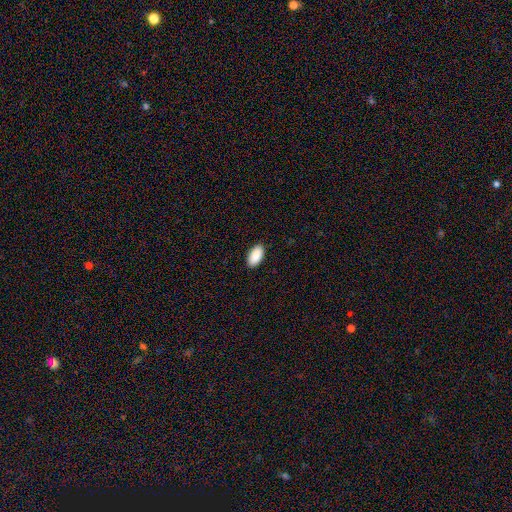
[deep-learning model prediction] This appears to be a smooth galaxy with no disk features (91%) that is in between round and cigar-shaped (95%). Merging: none (90%).